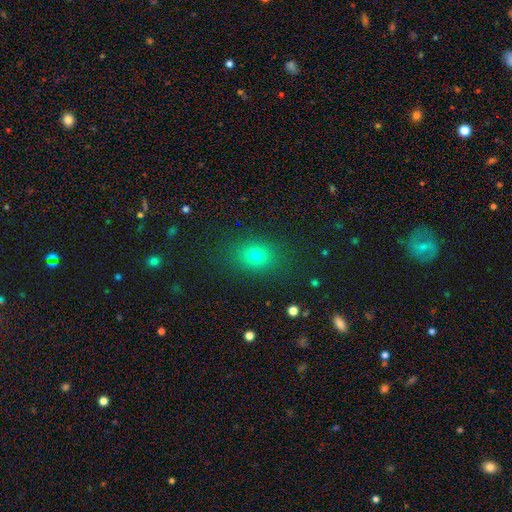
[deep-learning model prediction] A smooth galaxy with no disk features (75%) that is in between round and cigar-shaped (52%).

Vote fractions:
- Smooth or featured? smooth: 75% / star or artifact: 17% / featured or disk: 9%
- How rounded? in between: 52% / round: 46% / cigar-shaped: 2%
- Merging? none: 85% / minor disturbance: 10% / major disturbance: 4% / merger: 1%